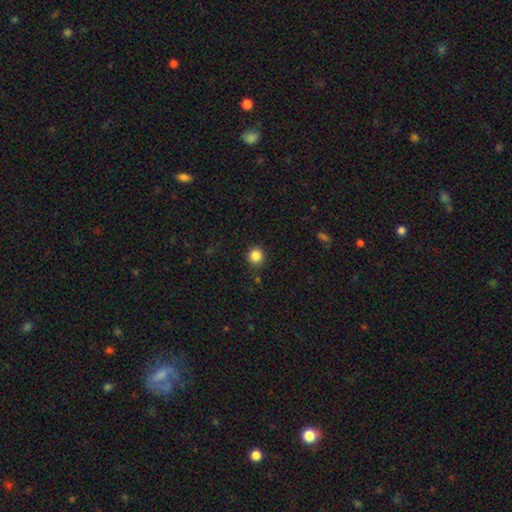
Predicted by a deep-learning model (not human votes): The model was most divided on "smooth or featured": smooth: 85%, star or artifact: 11%, featured or disk: 4%. More confident: how rounded — round (93%); merging — none (89%).